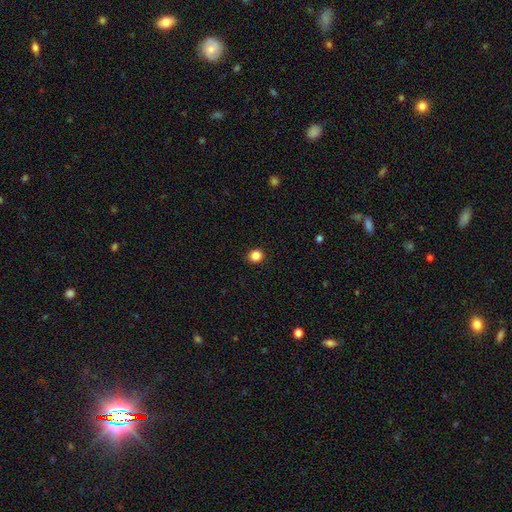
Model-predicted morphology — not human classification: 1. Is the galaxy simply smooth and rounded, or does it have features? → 85% smooth, 11% star or artifact, 3% featured or disk.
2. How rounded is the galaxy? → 86% round, 14% in between, 1% cigar-shaped.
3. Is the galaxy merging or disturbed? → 92% none, 5% minor disturbance, 2% major disturbance, 1% merger.